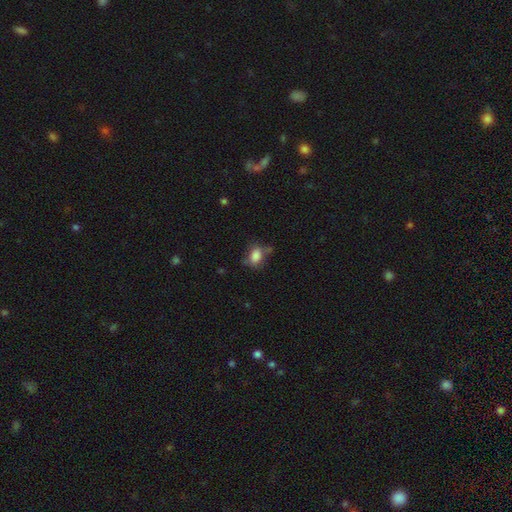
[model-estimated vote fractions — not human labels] Overall: smooth (80%). How rounded: in between (72%). Merging: none (53%; minor disturbance 28%).